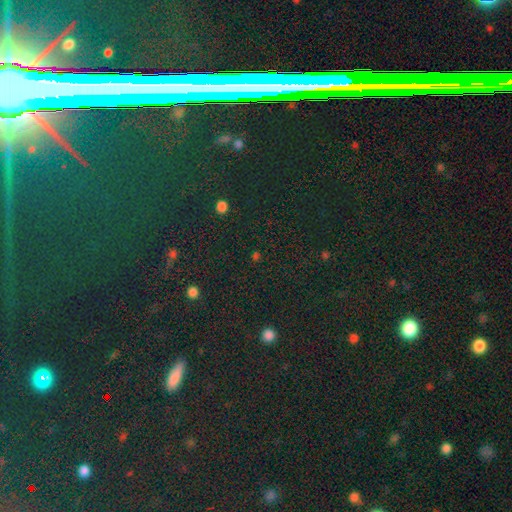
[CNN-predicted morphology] star or artifact 66%, smooth 26%, featured or disk 8%.